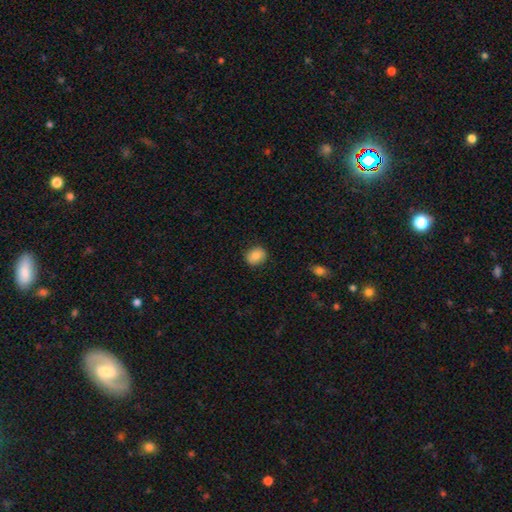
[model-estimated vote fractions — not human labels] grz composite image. It shows a smooth galaxy with no disk features (87%) that is round (56%). Merging: none (88%).